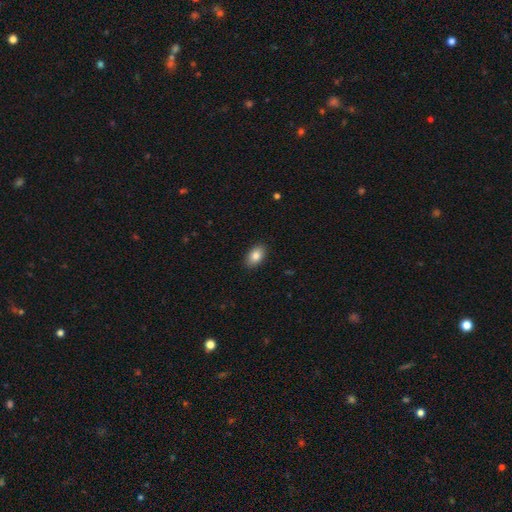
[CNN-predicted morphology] This is clearly a smooth galaxy (84%). How rounded: clearly in between (91%). Merging: clearly none (89%).